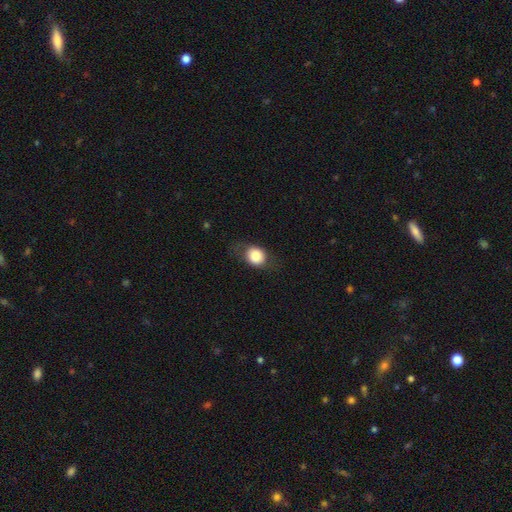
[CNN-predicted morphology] type=smooth (77%); roundness=round (61%); merging=none (72%).